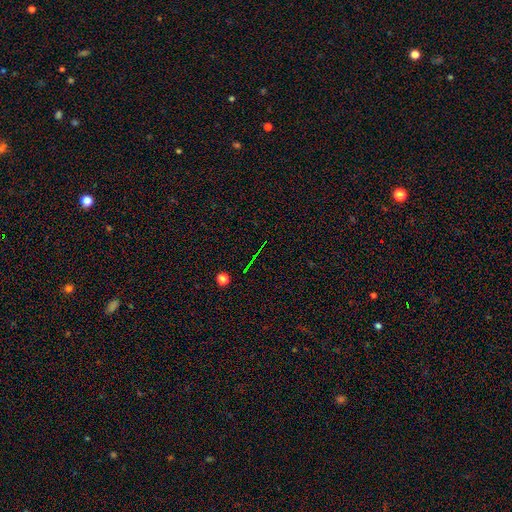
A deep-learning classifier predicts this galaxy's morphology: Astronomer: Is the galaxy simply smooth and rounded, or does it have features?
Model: star or artifact — 72%.